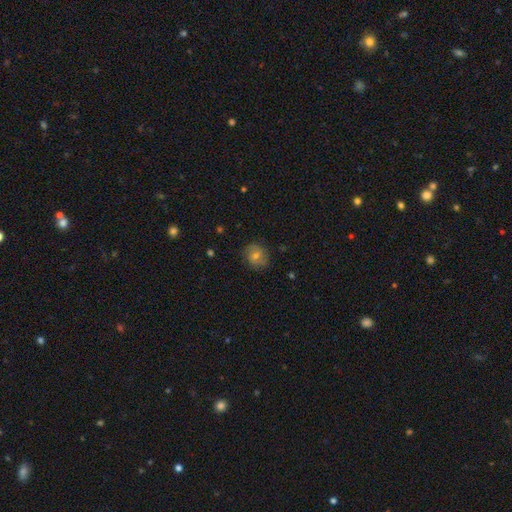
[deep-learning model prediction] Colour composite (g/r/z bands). It shows a featured or disk galaxy (43%, tied with smooth). Merging: none (83%).